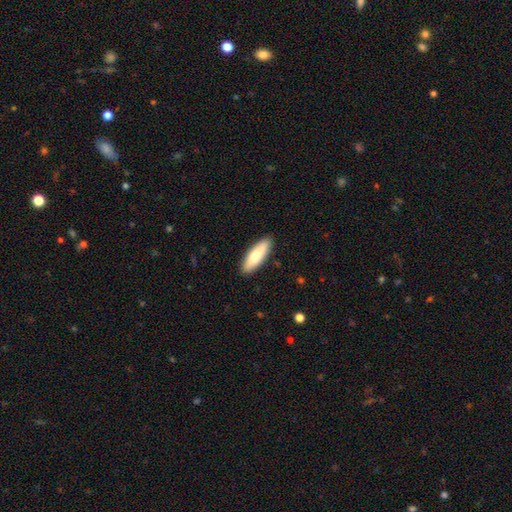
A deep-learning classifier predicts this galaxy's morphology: This appears to be a smooth galaxy with no disk features (79%) that is in between round and cigar-shaped (55%). Merging: none (89%).